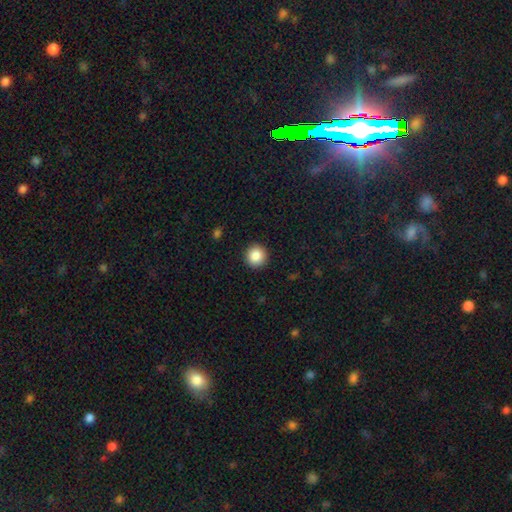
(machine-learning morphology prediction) smooth 86%, star or artifact 9%, featured or disk 5%. Down the decision tree: how rounded — round (94%); merging — none (93%).